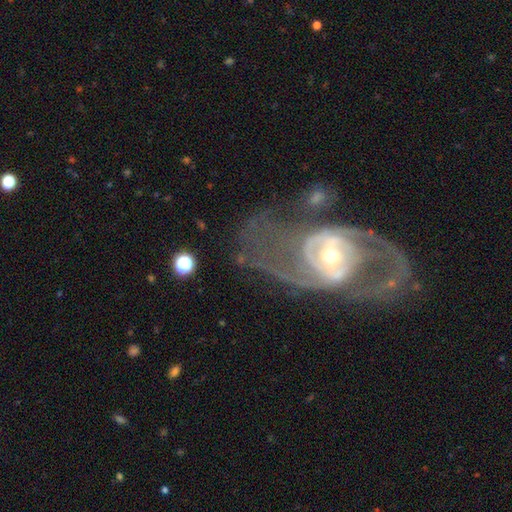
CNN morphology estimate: This is clearly a featured or disk galaxy (87%). It is clearly not viewed edge-on (96%). Bar: marginally no (39%). Spiral arm pattern: clearly yes (90%). Spiral arm count: clearly 2 (80%). Spiral winding: possibly medium (49%). Central bulge: possibly small (47%). Merging: possibly none (58%).